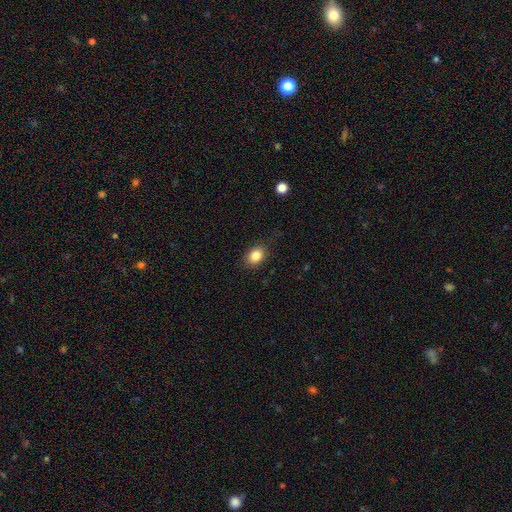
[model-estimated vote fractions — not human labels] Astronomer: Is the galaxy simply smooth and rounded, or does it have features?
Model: smooth — 85%.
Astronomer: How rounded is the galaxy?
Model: in between — 59% (runner-up: round, 39%).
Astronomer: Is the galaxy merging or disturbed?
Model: none — 84%.